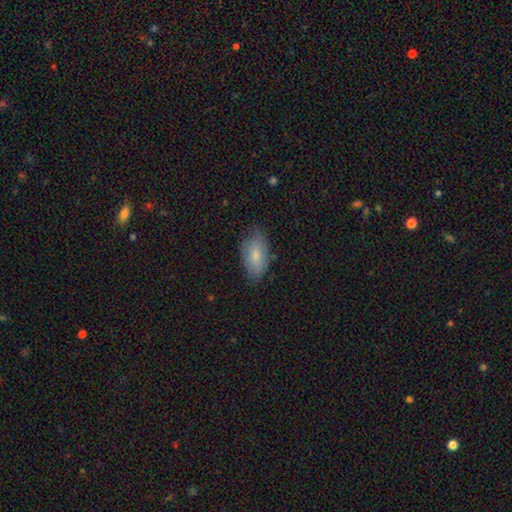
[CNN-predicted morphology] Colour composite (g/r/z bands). It shows a smooth galaxy with no disk features (78%) that is in between round and cigar-shaped (93%). Merging: none (71%).